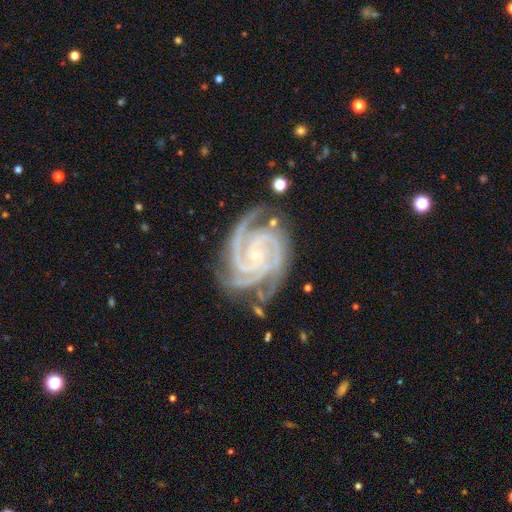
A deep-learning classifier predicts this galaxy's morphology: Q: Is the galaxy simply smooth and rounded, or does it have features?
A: featured or disk — 94%.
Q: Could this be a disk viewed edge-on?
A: no — 98%.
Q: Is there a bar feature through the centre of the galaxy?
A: no — 68%.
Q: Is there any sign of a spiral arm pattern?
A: yes — 99%.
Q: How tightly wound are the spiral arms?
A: tight — 75%.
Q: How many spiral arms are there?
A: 3 — 49%.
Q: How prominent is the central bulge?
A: small — 87%.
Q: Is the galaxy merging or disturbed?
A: none — 72%.